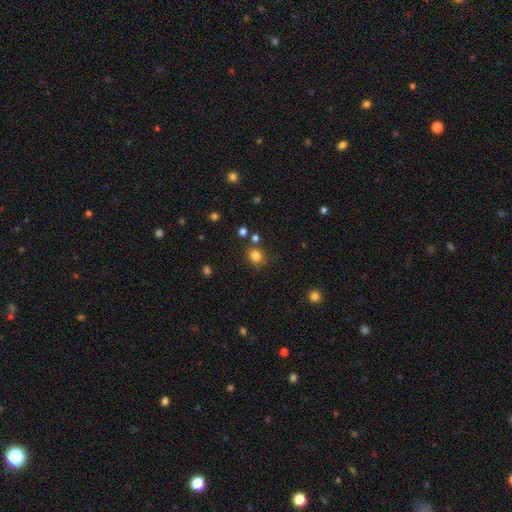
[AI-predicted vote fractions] Smooth or featured? Predicted: smooth (p=0.81). How rounded? Predicted: round (p=0.79). Merging? Predicted: none (p=0.79).